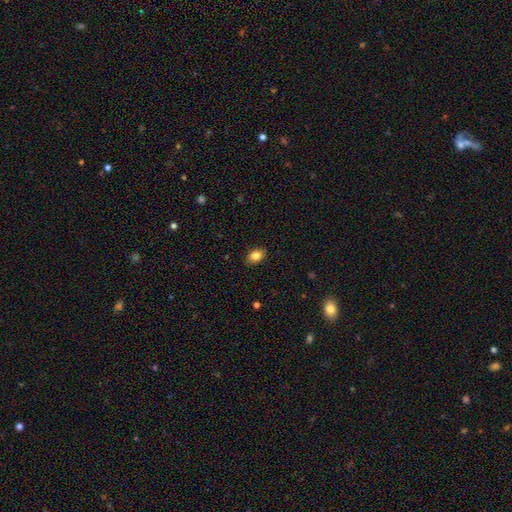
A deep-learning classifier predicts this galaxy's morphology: A smooth galaxy with no disk features (84%) that is in between round and cigar-shaped (81%). Merging: none (88%).